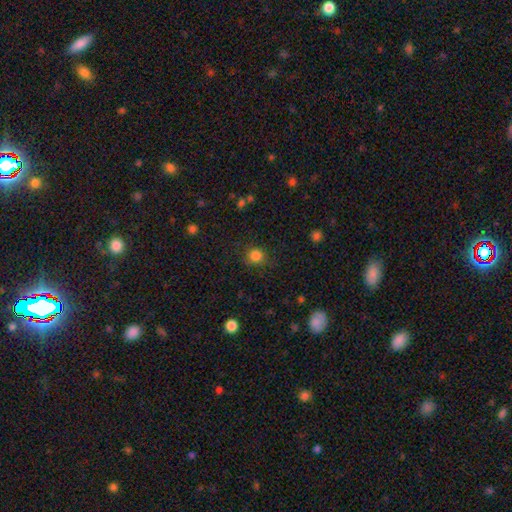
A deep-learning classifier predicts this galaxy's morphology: smooth 84%, star or artifact 12%, featured or disk 4%. Down the decision tree: how rounded — round (88%); merging — none (84%).